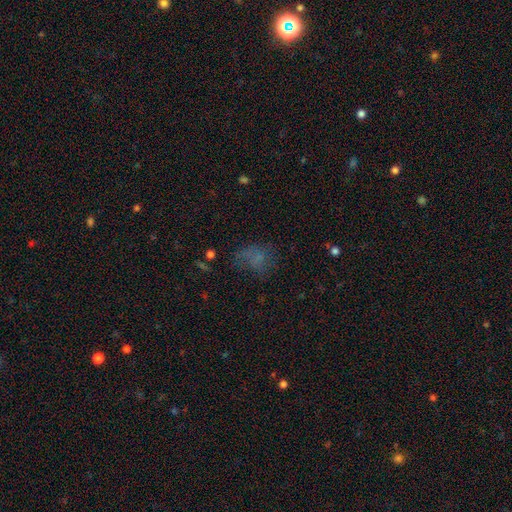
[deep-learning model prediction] This appears to be a smooth galaxy with no disk features (48%). Merging: none (47%).